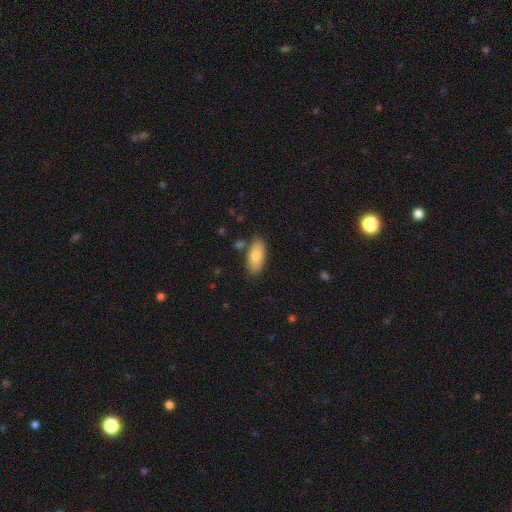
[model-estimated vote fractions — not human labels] Q: Smooth or featured?
A: smooth (80%); runner-up: featured or disk (14%)
Q: How rounded?
A: in between (89%); runner-up: cigar-shaped (9%)
Q: Merging?
A: none (79%); runner-up: minor disturbance (14%)